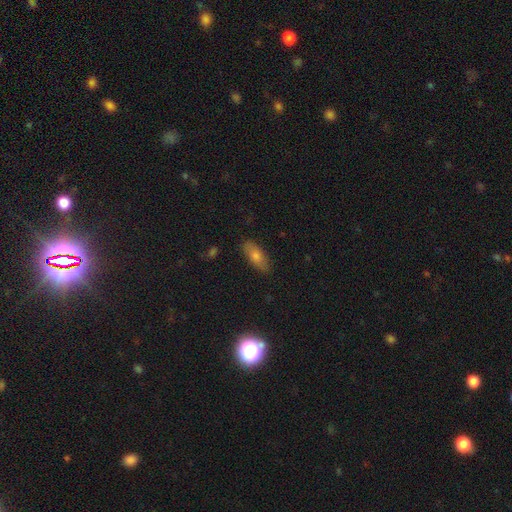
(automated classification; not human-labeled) This is likely a smooth galaxy (69%). How rounded: likely in between (75%). Merging: clearly none (86%).